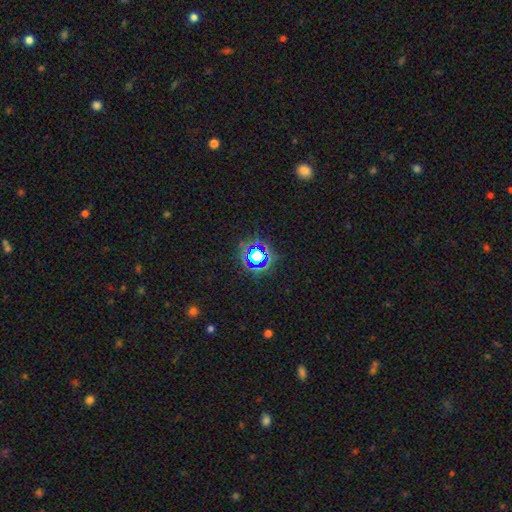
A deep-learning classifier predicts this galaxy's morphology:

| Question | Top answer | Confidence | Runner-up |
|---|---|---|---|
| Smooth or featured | star or artifact | 71% | smooth (19%) |